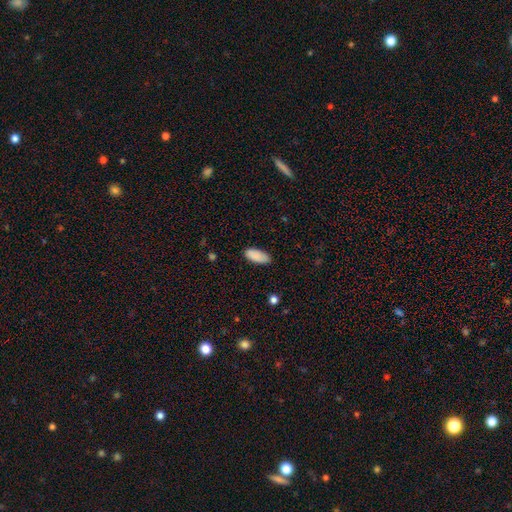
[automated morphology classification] A smooth galaxy with no disk features (89%) that is in between round and cigar-shaped (87%). Merging: none (81%).